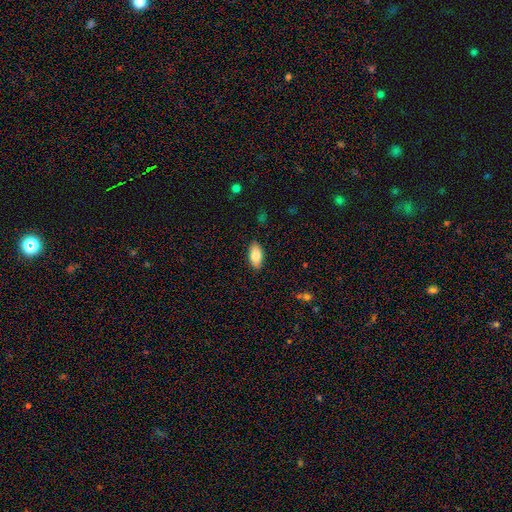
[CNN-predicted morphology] smooth_or_featured: smooth (p=0.81) [alt: featured or disk p=0.13]
how_rounded: in between (p=0.92) [alt: cigar-shaped p=0.05]
merging: none (p=0.88) [alt: minor disturbance p=0.09]